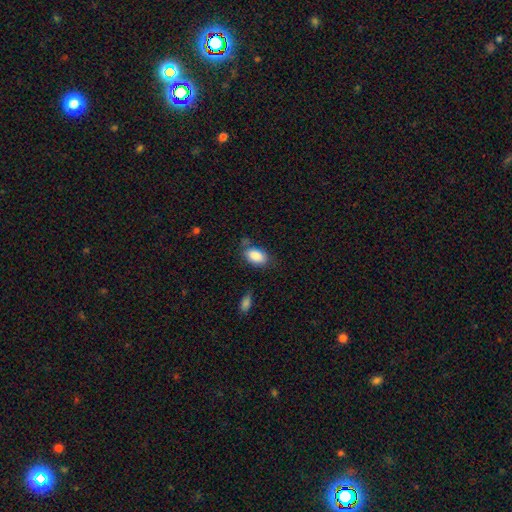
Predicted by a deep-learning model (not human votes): Smooth or featured?
  - smooth: 88% *
  - star or artifact: 7%
  - featured or disk: 5%
How rounded?
  - in between: 91% *
  - round: 7%
  - cigar-shaped: 2%
Merging?
  - none: 65% *
  - minor disturbance: 22%
  - major disturbance: 7%
  - merger: 6%